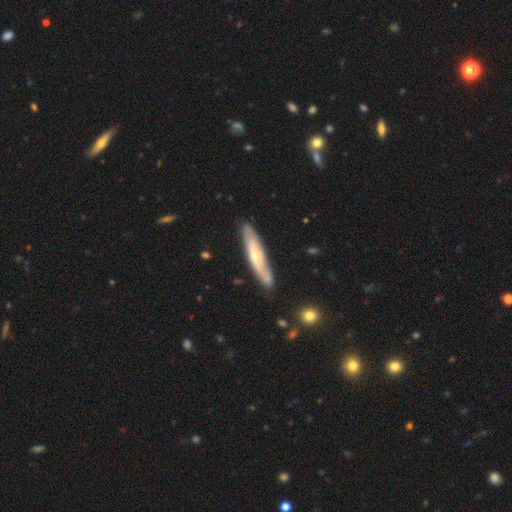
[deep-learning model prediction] The model was most divided on "smooth or featured": featured or disk: 52%, smooth: 42%, star or artifact: 5%. More confident: merging — none (80%); edge-on disk — yes (64%).